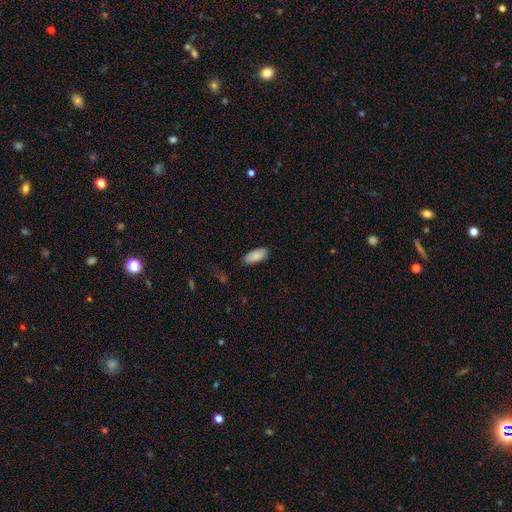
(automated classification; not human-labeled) A smooth galaxy with no disk features (88%) that is in between round and cigar-shaped (87%). Merging: none (83%).